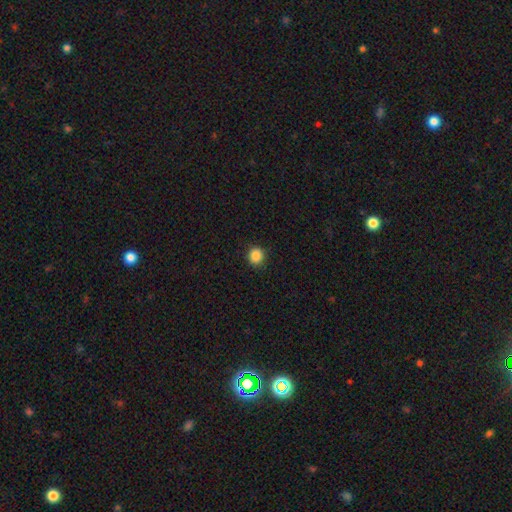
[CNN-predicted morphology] Smooth or featured? smooth (87%)
How rounded? round (89%)
Merging? none (92%)